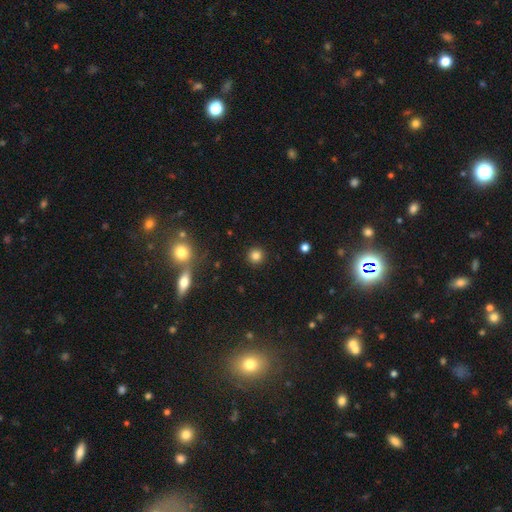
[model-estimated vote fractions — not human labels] Overall: smooth (82%). How rounded: round (94%). Merging: none (92%).